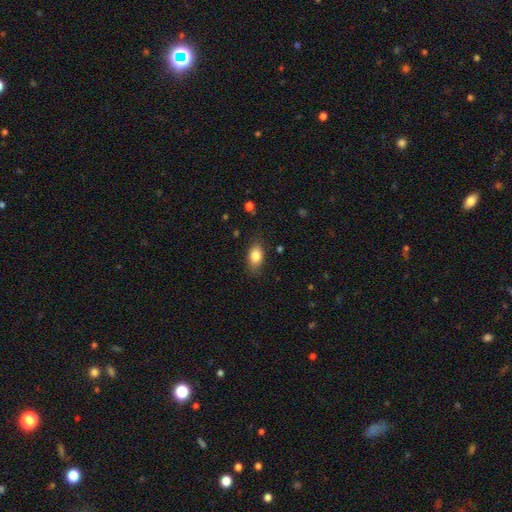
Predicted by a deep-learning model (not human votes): Morphology: type=smooth (85%); roundness=in between (87%); merging=none (81%).